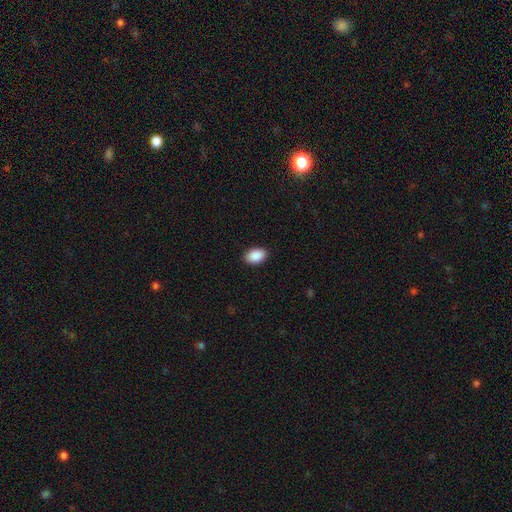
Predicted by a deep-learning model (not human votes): Smooth or featured: smooth — 90% (star or artifact — 7%)
How rounded: in between — 89% (round — 10%)
Merging: none — 90% (minor disturbance — 7%)